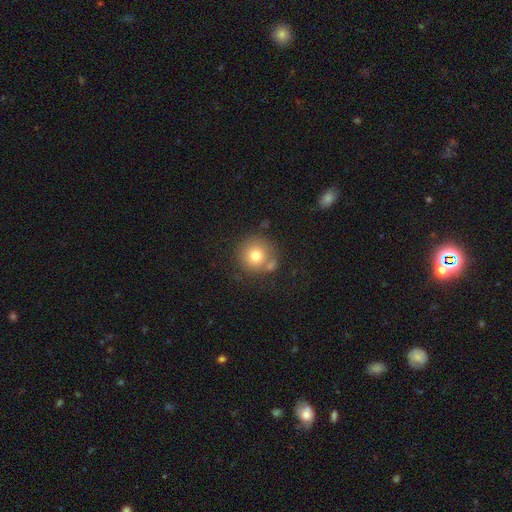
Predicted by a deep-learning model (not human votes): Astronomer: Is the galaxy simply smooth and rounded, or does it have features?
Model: smooth — 75%.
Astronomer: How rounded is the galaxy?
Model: round — 94%.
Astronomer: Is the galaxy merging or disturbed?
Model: none — 65%.